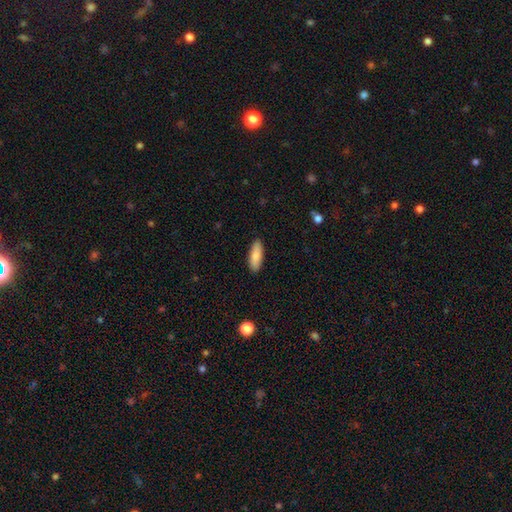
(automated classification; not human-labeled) Overall: smooth (84%). How rounded: in between (55%; cigar-shaped 43%). Merging: none (89%).